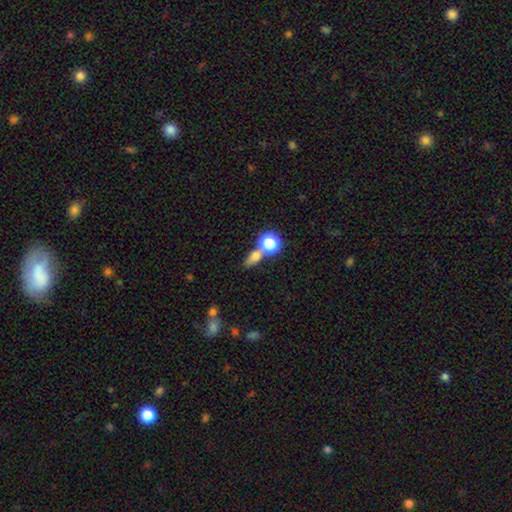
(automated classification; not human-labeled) This appears to be a smooth galaxy with no disk features (67%) that is in between round and cigar-shaped (48%). Merging: none (50%).